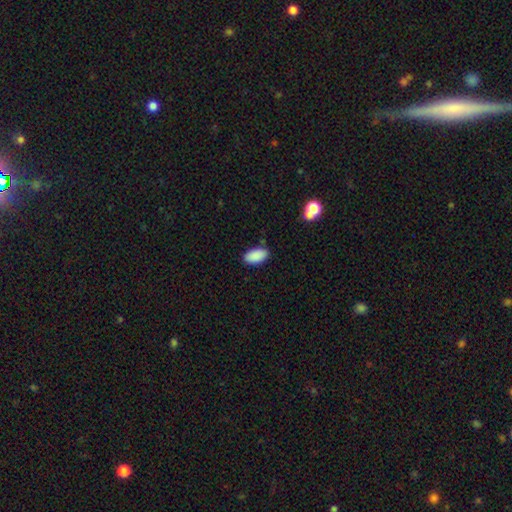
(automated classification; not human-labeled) A smooth galaxy with no disk features (90%) that is in between round and cigar-shaped (94%). Merging: none (85%).